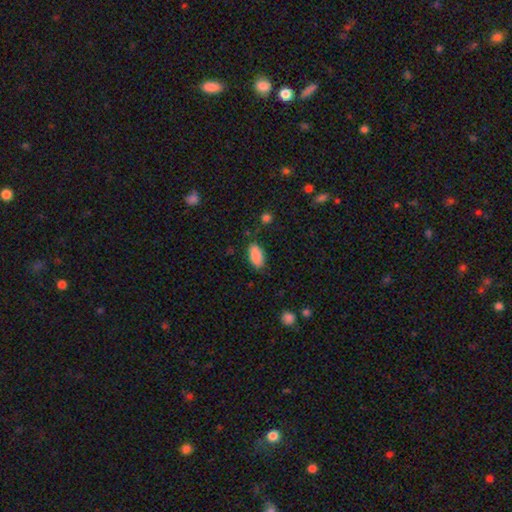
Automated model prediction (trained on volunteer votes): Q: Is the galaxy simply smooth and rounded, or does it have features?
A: smooth — 84%.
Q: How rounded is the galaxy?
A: in between — 93%.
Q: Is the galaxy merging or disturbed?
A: none — 78%.